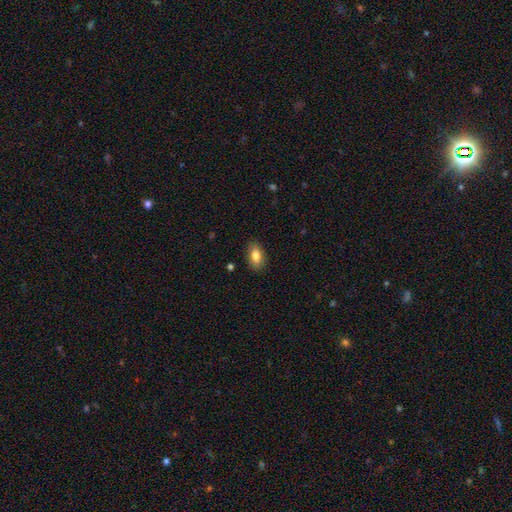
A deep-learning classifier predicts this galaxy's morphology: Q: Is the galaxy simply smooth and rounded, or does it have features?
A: smooth — 82%.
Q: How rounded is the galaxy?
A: in between — 91%.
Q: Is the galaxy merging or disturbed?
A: none — 86%.